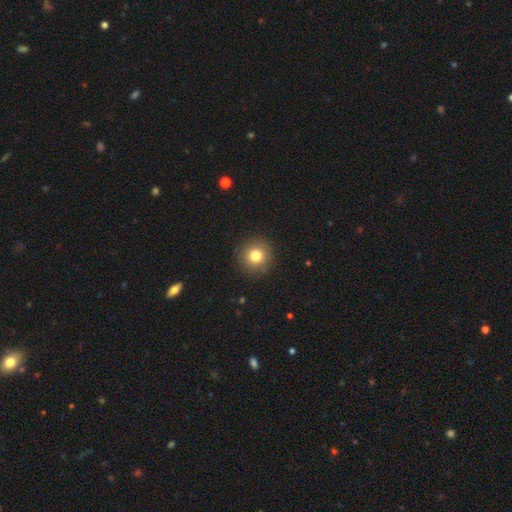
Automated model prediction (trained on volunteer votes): A smooth galaxy with no disk features (80%) that is round (94%). Merging: none (91%).